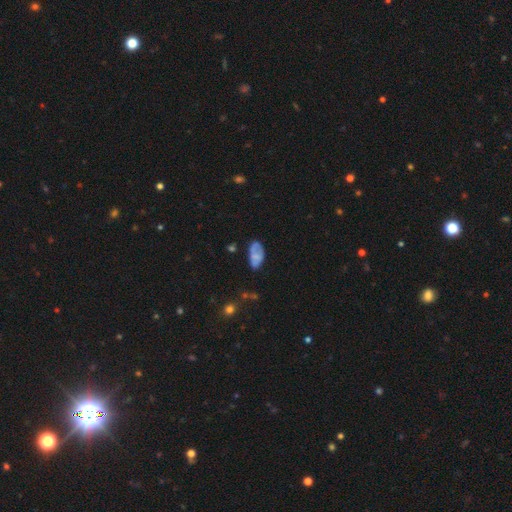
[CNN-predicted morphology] The model was most divided on "smooth or featured": smooth: 54%, featured or disk: 37%, star or artifact: 9%. More confident: how rounded — in between (93%); merging — none (58%).